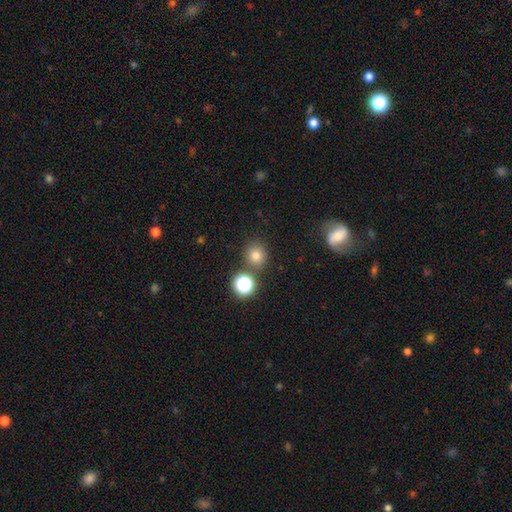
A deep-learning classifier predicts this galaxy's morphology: smooth-or-featured: smooth: 76% | star or artifact: 18% | featured or disk: 7%
  how-rounded: round: 87% | in between: 12% | cigar-shaped: 1%
  merging: none: 80% | merger: 9% | minor disturbance: 8% | major disturbance: 3%